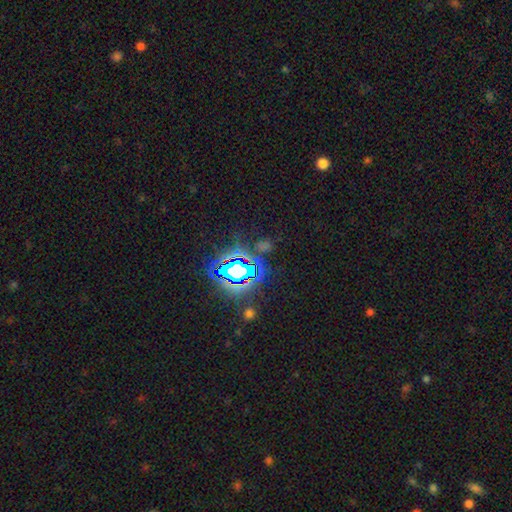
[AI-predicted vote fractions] A star or artifact, not a galaxy (83%).

Vote fractions:
- Smooth or featured? star or artifact: 83% / smooth: 10% / featured or disk: 7%